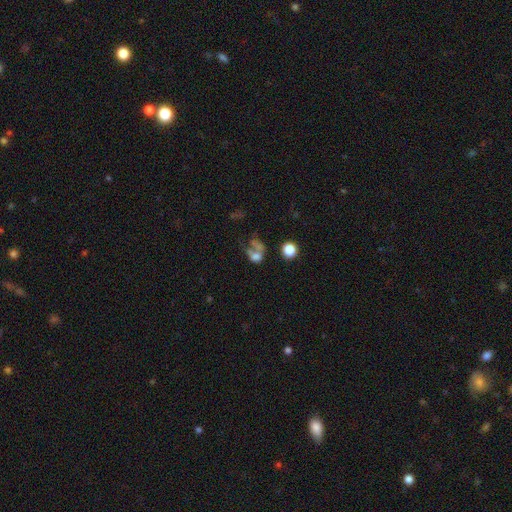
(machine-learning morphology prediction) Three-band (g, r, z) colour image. It shows a smooth galaxy with no disk features (56%) that is in between round and cigar-shaped (57%). Merging: merger (41%).